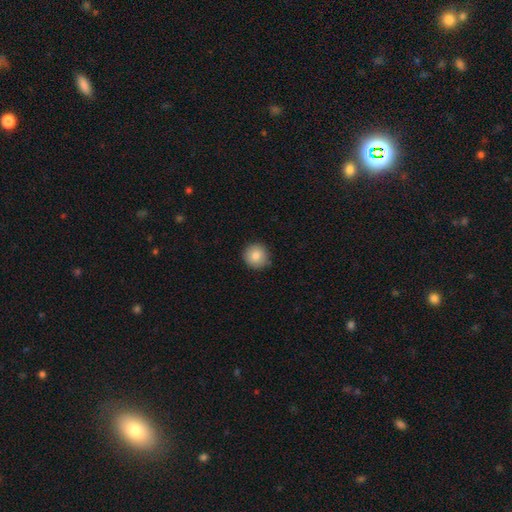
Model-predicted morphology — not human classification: Smooth or featured? Predicted: smooth (p=0.84). How rounded? Predicted: round (p=0.95). Merging? Predicted: none (p=0.89).